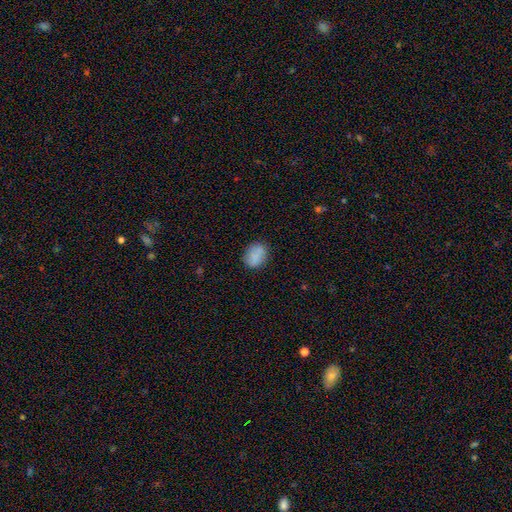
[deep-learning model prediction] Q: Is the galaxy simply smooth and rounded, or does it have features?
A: smooth — 83%.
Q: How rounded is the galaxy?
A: in between — 71%.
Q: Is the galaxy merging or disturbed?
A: none — 82%.